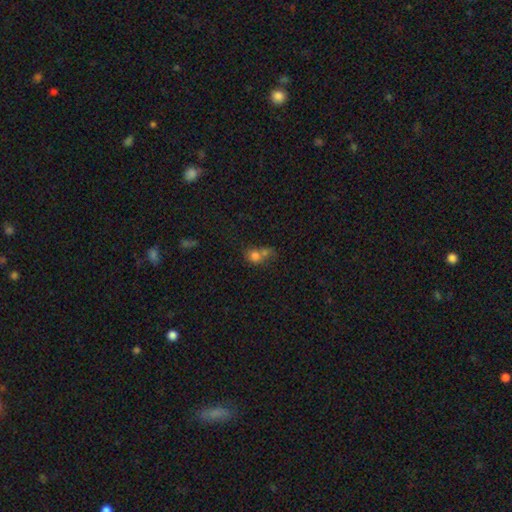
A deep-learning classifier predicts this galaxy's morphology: smooth 73%, featured or disk 14%, star or artifact 13%. Down the decision tree: how rounded — round (67%); merging — merger (59%).